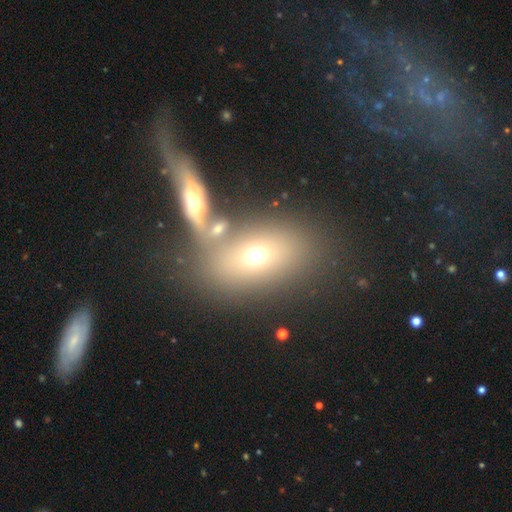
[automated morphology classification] This appears to be a smooth galaxy with no disk features (58%) that is in between round and cigar-shaped (79%). Merging: none (42%).